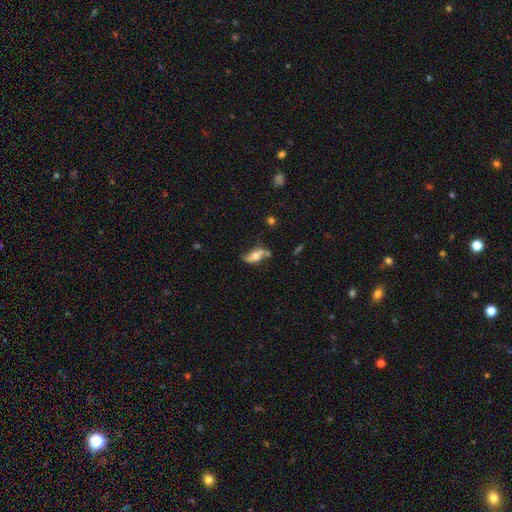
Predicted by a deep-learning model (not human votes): This appears to be a featured or disk galaxy (60%). Merging: none (55%).